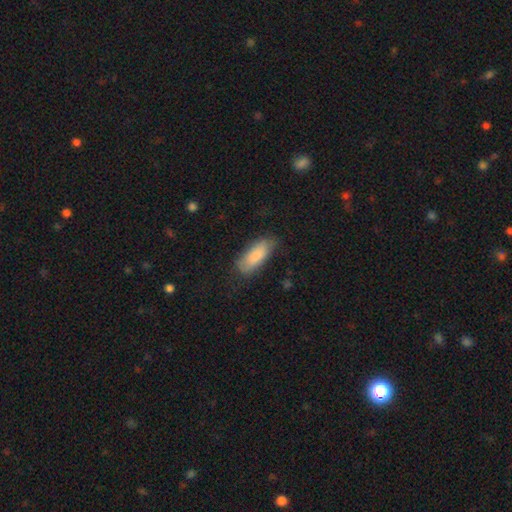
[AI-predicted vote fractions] Smooth or featured? Predicted: smooth (p=0.85). How rounded? Predicted: in between (p=0.77). Merging? Predicted: none (p=0.69).